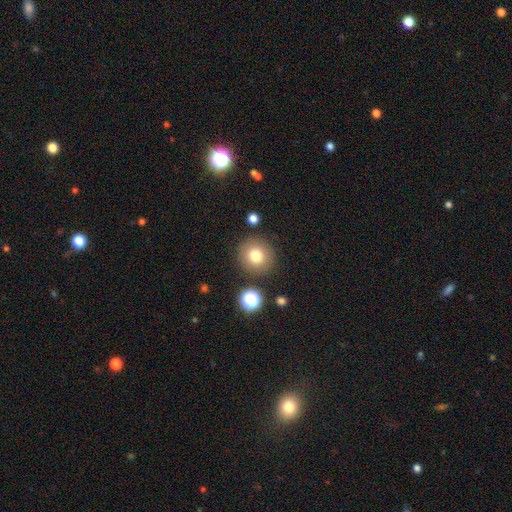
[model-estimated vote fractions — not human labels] Overall: smooth (77%). How rounded: round (93%). Merging: none (86%).